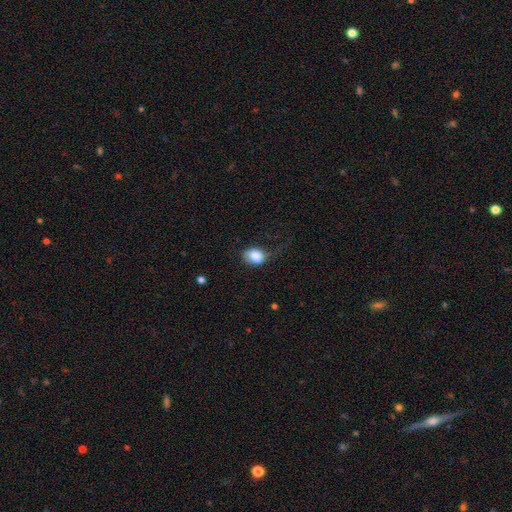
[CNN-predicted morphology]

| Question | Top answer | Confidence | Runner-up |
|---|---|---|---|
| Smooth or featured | smooth | 82% | featured or disk (9%) |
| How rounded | in between | 58% | round (40%) |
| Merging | none | 50% | minor disturbance (28%) |